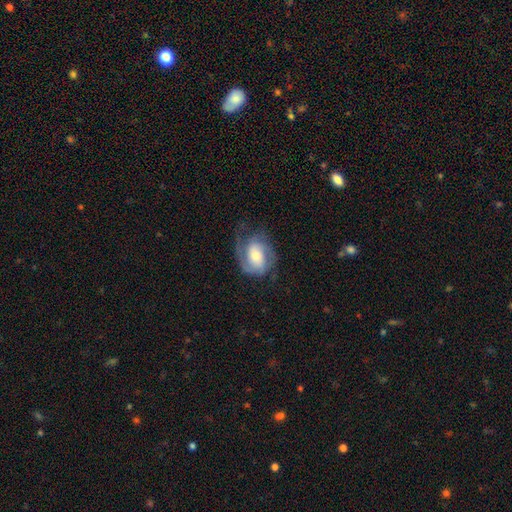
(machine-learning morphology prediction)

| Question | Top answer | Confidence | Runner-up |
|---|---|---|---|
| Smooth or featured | featured or disk | 79% | smooth (16%) |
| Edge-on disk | no | 97% | yes (3%) |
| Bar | no | 51% | weak (36%) |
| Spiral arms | yes | 95% | no (5%) |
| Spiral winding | medium | 45% | tight (39%) |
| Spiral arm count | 2 | 69% | 3 (11%) |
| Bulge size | moderate | 45% | small (25%) |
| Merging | none | 63% | minor disturbance (20%) |